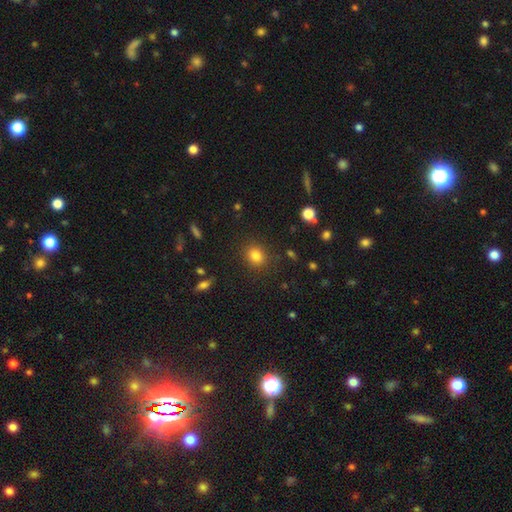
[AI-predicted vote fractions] The model was most divided on "how rounded": round: 71%, in between: 28%, cigar-shaped: 1%. More confident: merging — none (86%); smooth or featured — smooth (82%).